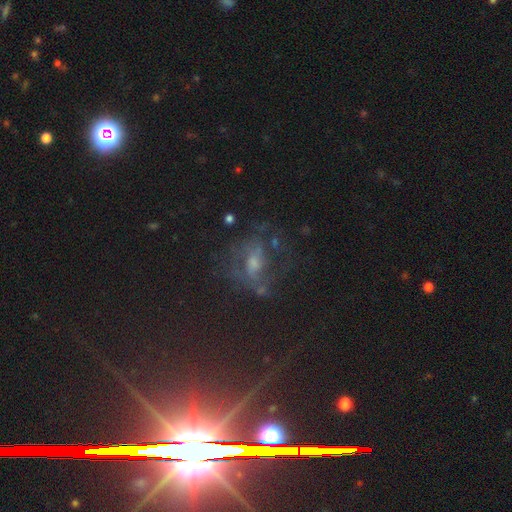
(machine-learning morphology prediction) This is possibly a featured or disk galaxy (46%). Merging: possibly none (49%).